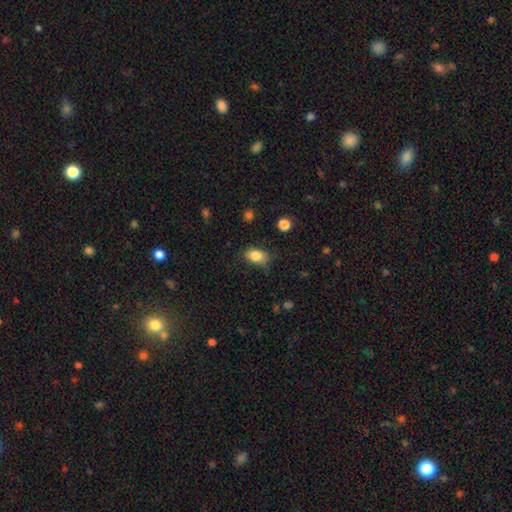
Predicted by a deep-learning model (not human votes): smooth-or-featured: smooth: 84% | star or artifact: 9% | featured or disk: 7%
  how-rounded: in between: 82% | round: 16% | cigar-shaped: 1%
  merging: none: 76% | minor disturbance: 18% | major disturbance: 4% | merger: 2%